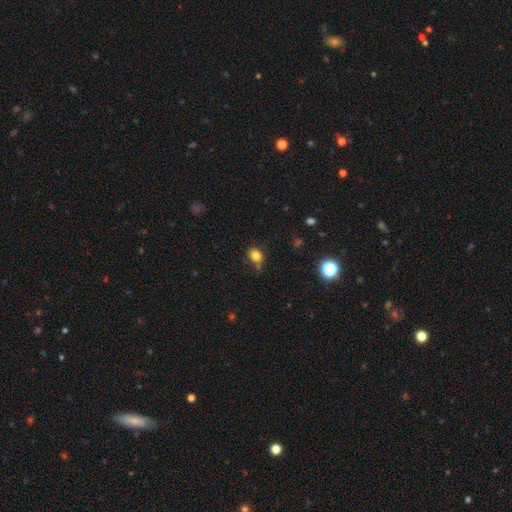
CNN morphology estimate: This appears to be a smooth galaxy with no disk features (81%) that is in between round and cigar-shaped (60%). Merging: none (67%).